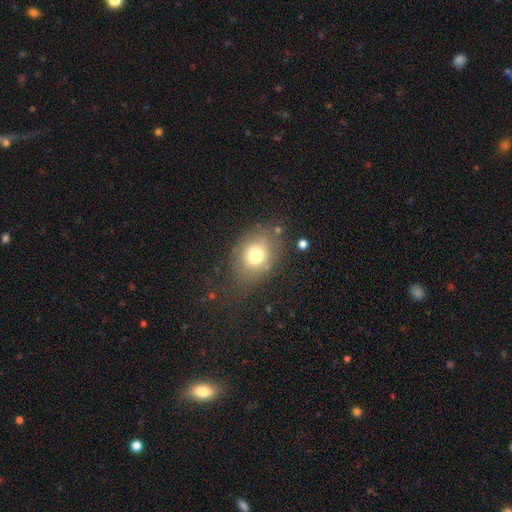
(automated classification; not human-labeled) smooth-or-featured: smooth: 74% | featured or disk: 15% | star or artifact: 11%
  how-rounded: in between: 56% | round: 43% | cigar-shaped: 1%
  merging: none: 63% | minor disturbance: 21% | major disturbance: 12% | merger: 4%